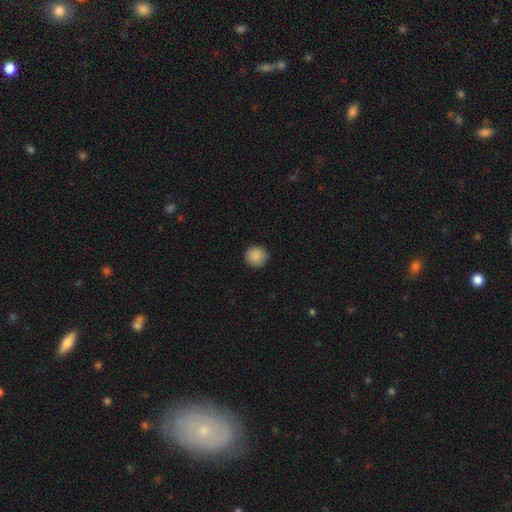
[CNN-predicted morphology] This is clearly a smooth galaxy (89%). How rounded: clearly round (93%). Merging: clearly none (91%).